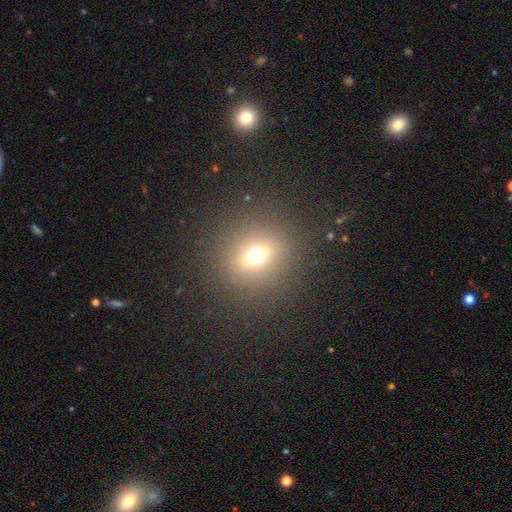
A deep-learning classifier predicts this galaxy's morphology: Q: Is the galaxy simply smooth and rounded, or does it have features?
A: smooth — 67%.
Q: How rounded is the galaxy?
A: round — 70%.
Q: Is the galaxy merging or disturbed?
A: none — 87%.